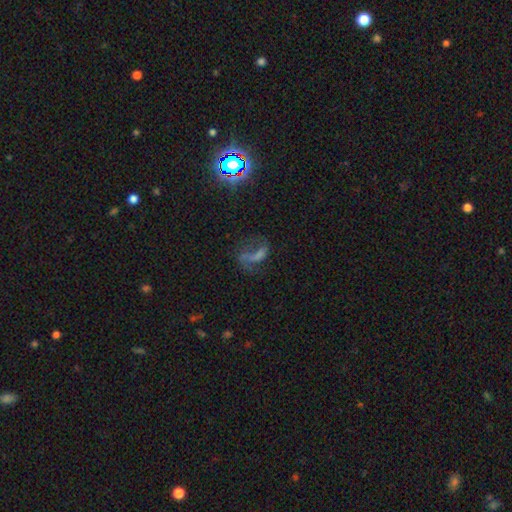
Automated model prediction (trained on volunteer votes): The model was most divided on "merging": major disturbance: 41%, none: 34%, minor disturbance: 17%, merger: 7%. Remaining: smooth or featured — featured or disk (42%).